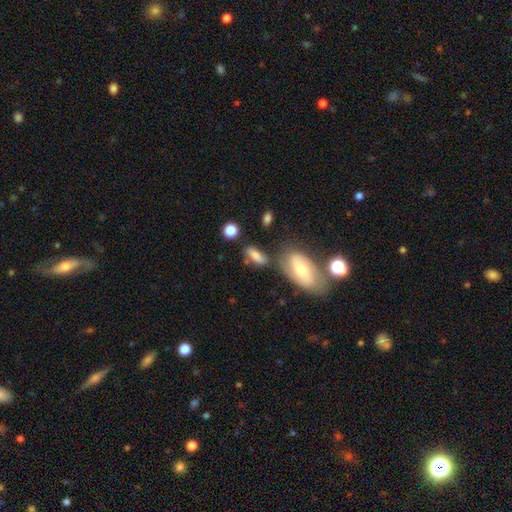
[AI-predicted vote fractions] A smooth galaxy with no disk features (73%) that is in between round and cigar-shaped (75%).

Vote fractions:
- Smooth or featured? smooth: 73% / featured or disk: 18% / star or artifact: 9%
- How rounded? in between: 75% / cigar-shaped: 20% / round: 6%
- Merging? none: 59% / minor disturbance: 19% / merger: 15% / major disturbance: 7%